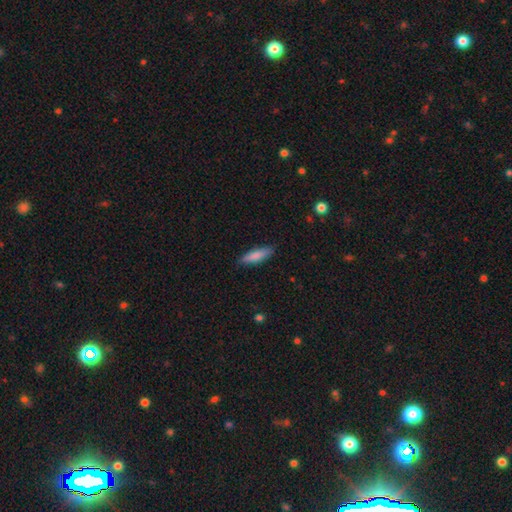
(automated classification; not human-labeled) The model was most divided on "how rounded": cigar-shaped: 68%, in between: 31%, round: 2%. More confident: merging — none (86%); smooth or featured — smooth (81%).